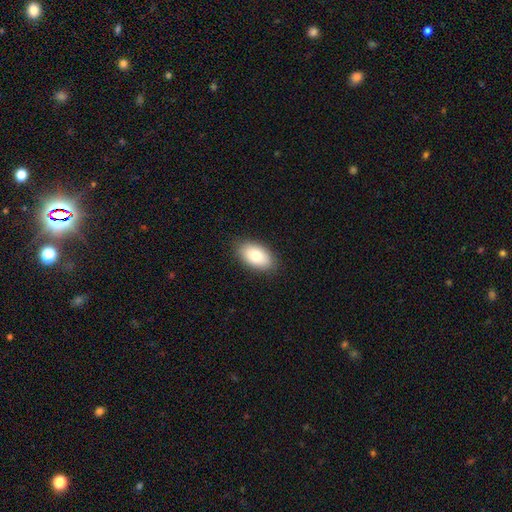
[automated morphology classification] Smooth or featured? smooth (81%)
How rounded? in between (94%)
Merging? none (87%)